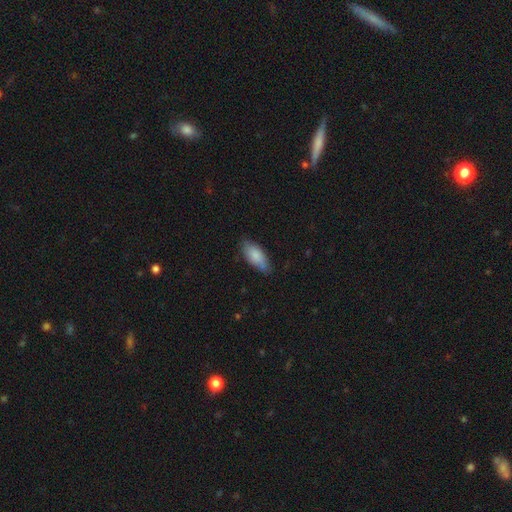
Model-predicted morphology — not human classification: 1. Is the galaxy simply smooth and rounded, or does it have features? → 81% smooth, 14% featured or disk, 6% star or artifact.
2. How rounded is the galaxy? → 84% in between, 14% cigar-shaped, 2% round.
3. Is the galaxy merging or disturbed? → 72% none, 23% minor disturbance, 4% major disturbance, 1% merger.